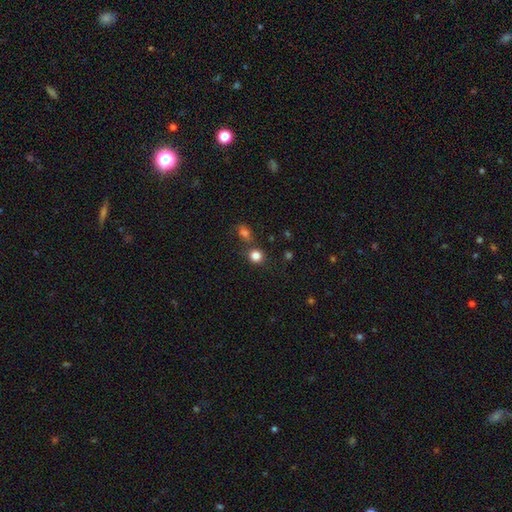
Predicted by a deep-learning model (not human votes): Smooth or featured: smooth — 82% (star or artifact — 13%)
How rounded: round — 87% (in between — 12%)
Merging: none — 72% (merger — 15%)